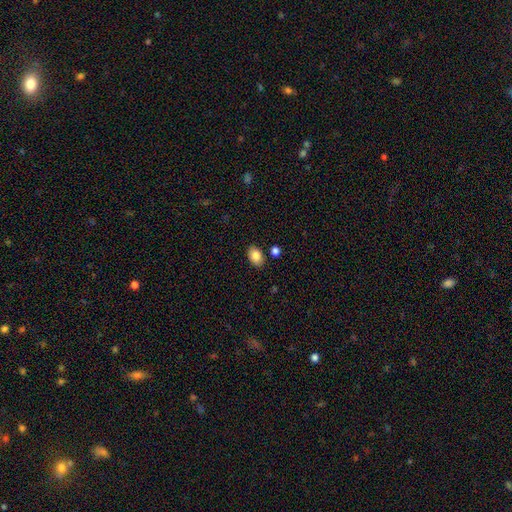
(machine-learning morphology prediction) Smooth or featured?
  - smooth: 86% *
  - star or artifact: 8%
  - featured or disk: 6%
How rounded?
  - in between: 86% *
  - round: 13%
  - cigar-shaped: 1%
Merging?
  - none: 84% *
  - minor disturbance: 10%
  - merger: 4%
  - major disturbance: 2%